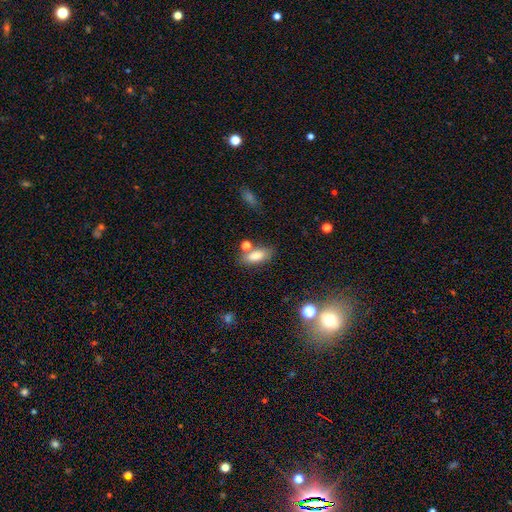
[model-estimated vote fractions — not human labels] Smooth or featured: smooth — 82% (featured or disk — 9%)
How rounded: in between — 81% (cigar-shaped — 15%)
Merging: none — 66% (merger — 16%)